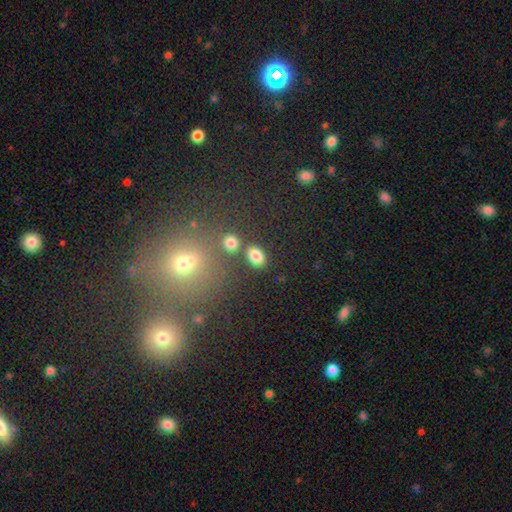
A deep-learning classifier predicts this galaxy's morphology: A smooth galaxy with no disk features (82%) that is in between round and cigar-shaped (77%). Merging: none (76%).